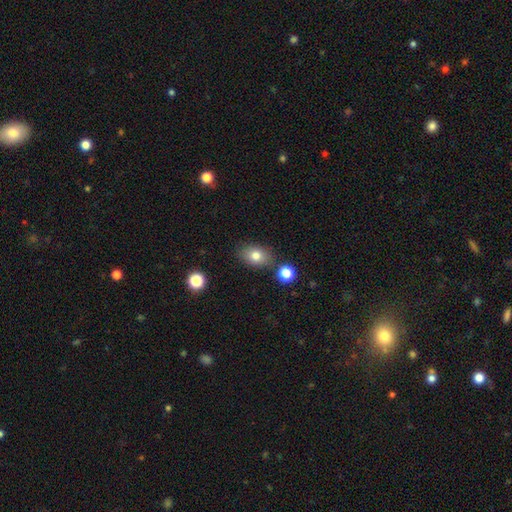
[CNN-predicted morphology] type=smooth (79%); roundness=in between (78%); merging=none (78%).